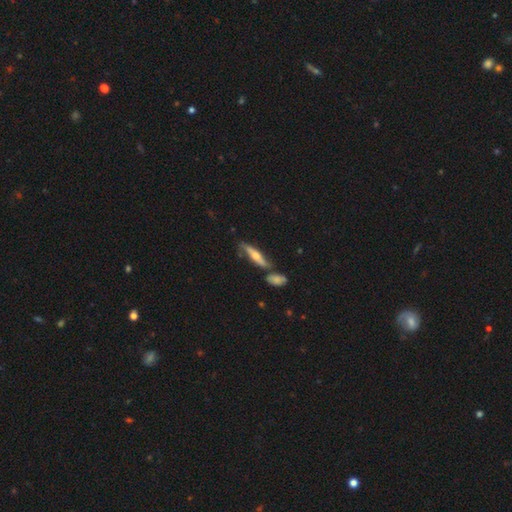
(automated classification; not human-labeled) Smooth or featured? Predicted: featured or disk (p=0.56). Edge-on disk? Predicted: yes (p=0.77). Merging? Predicted: none (p=0.61).